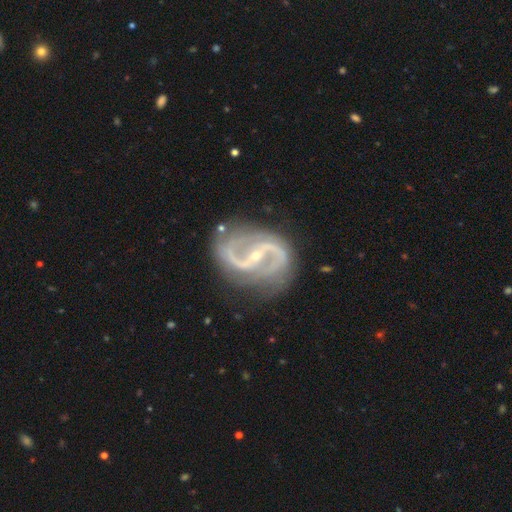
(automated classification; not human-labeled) featured or disk 92%, star or artifact 5%, smooth 3%. Down the decision tree: edge-on disk — no (98%); bar — strong (45%); spiral arms — yes (98%); spiral arm count — 2 (93%); spiral winding — medium (50%); bulge size — small (78%); merging — none (74%).